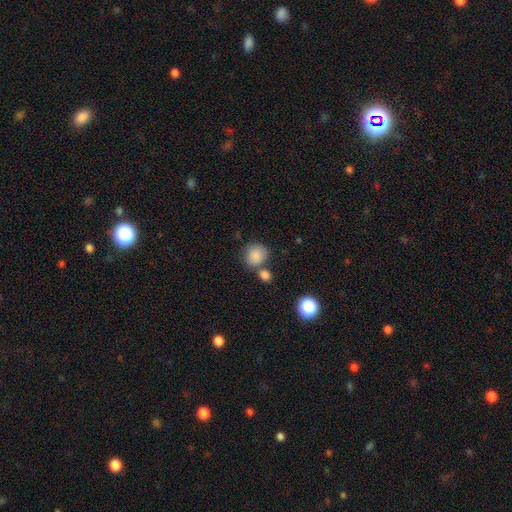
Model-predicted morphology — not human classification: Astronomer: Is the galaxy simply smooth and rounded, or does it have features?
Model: smooth — 85%.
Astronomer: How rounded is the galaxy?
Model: round — 78%.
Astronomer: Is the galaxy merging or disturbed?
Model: none — 56%.